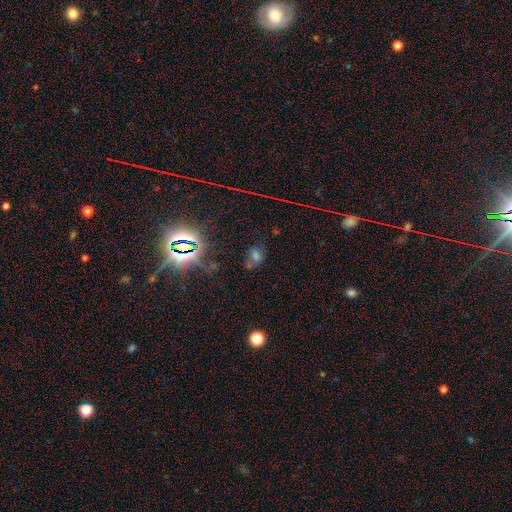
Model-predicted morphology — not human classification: Overall: star or artifact (54%; smooth 33%).